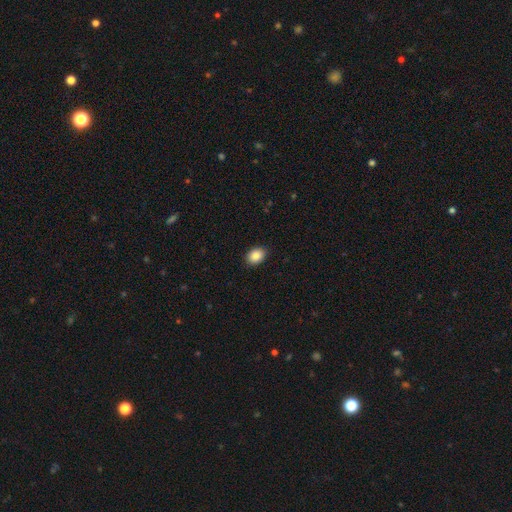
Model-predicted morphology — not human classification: A smooth galaxy with no disk features (88%) that is in between round and cigar-shaped (72%). Merging: none (90%).